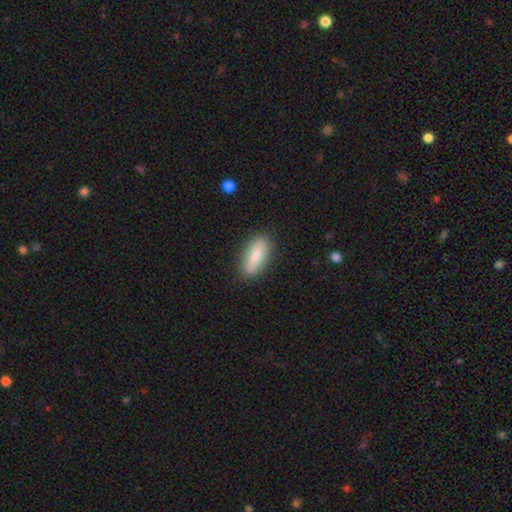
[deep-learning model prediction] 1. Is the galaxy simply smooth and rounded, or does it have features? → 71% smooth, 22% featured or disk, 6% star or artifact.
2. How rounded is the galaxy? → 70% in between, 27% cigar-shaped, 3% round.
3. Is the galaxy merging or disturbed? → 86% none, 11% minor disturbance, 2% major disturbance, 1% merger.